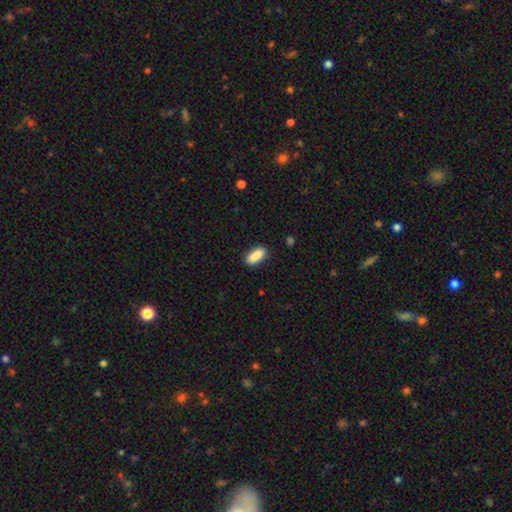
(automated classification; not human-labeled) Smooth or featured? Predicted: smooth (p=0.90). How rounded? Predicted: in between (p=0.80). Merging? Predicted: none (p=0.88).